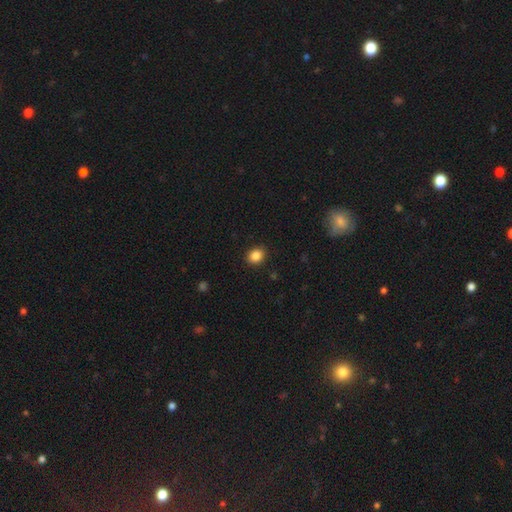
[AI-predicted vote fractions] Smooth or featured? smooth (86%)
How rounded? round (63%)
Merging? none (90%)